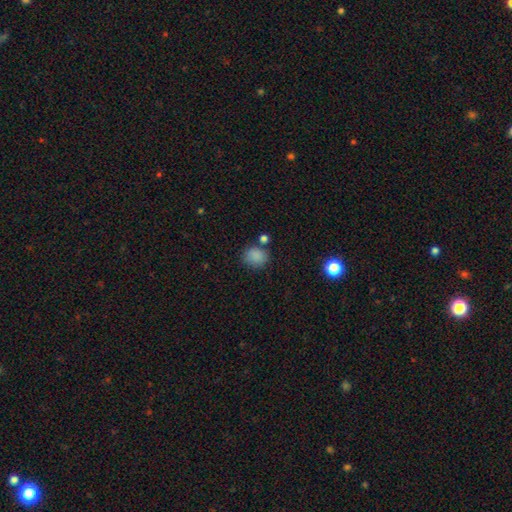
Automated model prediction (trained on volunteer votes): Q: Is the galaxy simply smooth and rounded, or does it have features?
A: smooth — 84%.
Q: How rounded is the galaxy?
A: round — 68%.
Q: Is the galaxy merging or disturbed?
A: none — 73%.